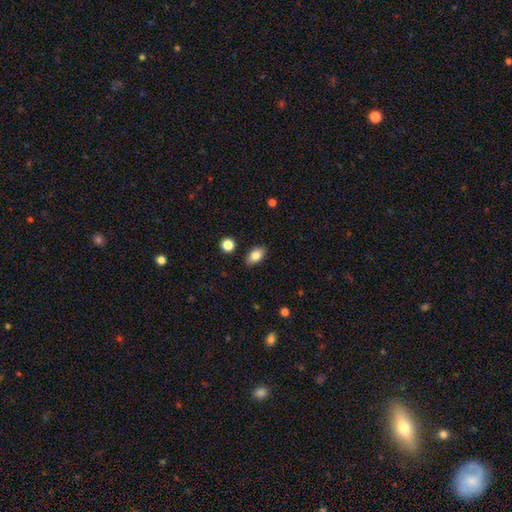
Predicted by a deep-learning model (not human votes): Overall: smooth (81%). How rounded: in between (87%). Merging: none (84%).